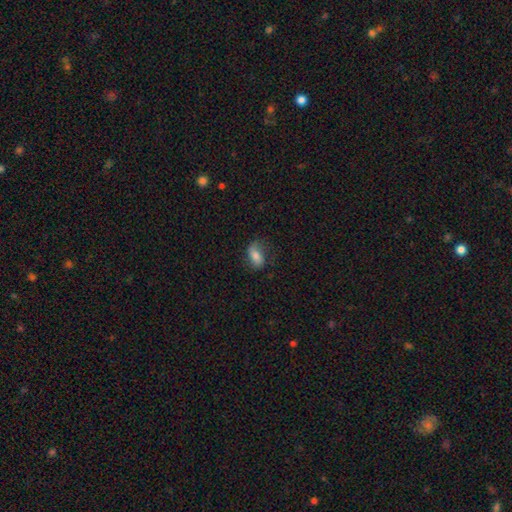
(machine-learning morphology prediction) smooth_or_featured: smooth (p=0.72) [alt: featured or disk p=0.19]
how_rounded: in between (p=0.87) [alt: round p=0.09]
merging: none (p=0.63) [alt: minor disturbance p=0.25]